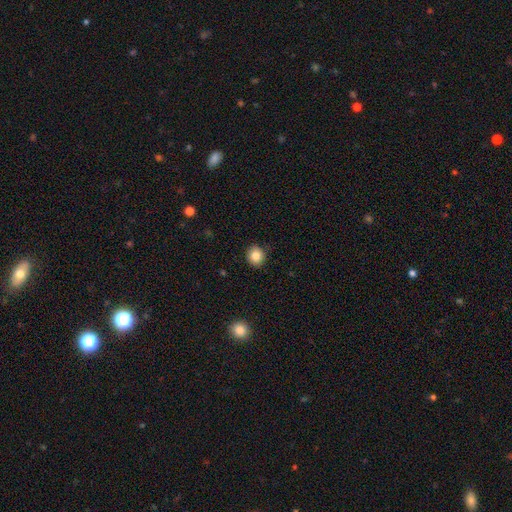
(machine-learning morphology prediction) Q: Smooth or featured?
A: smooth (84%); runner-up: star or artifact (10%)
Q: How rounded?
A: round (87%); runner-up: in between (12%)
Q: Merging?
A: none (89%); runner-up: minor disturbance (8%)